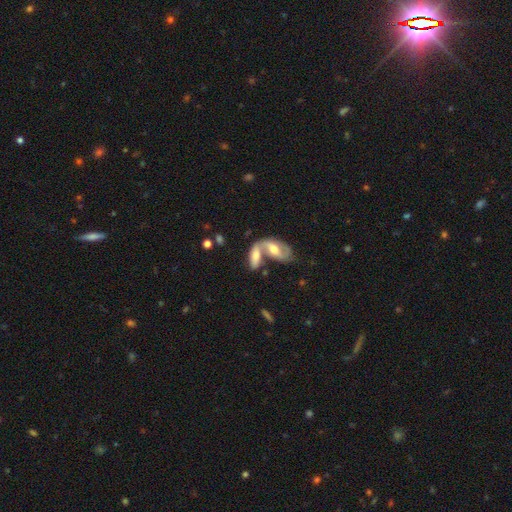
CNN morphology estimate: Smooth or featured? smooth (47%)
Merging? merger (68%)